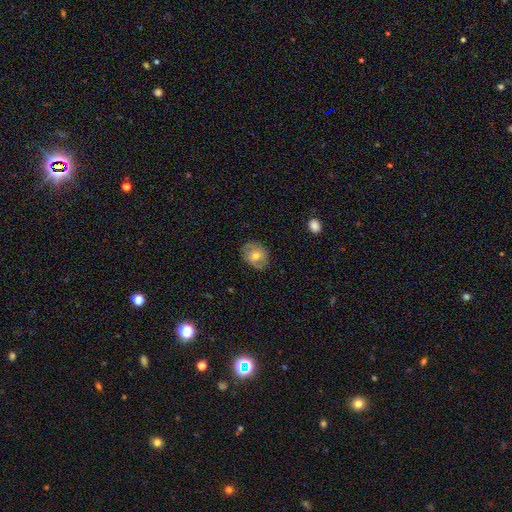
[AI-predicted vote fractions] Smooth or featured?
  - smooth: 51% *
  - featured or disk: 41%
  - star or artifact: 8%
How rounded?
  - round: 57% *
  - in between: 41%
  - cigar-shaped: 1%
Merging?
  - none: 77% *
  - minor disturbance: 17%
  - major disturbance: 5%
  - merger: 1%